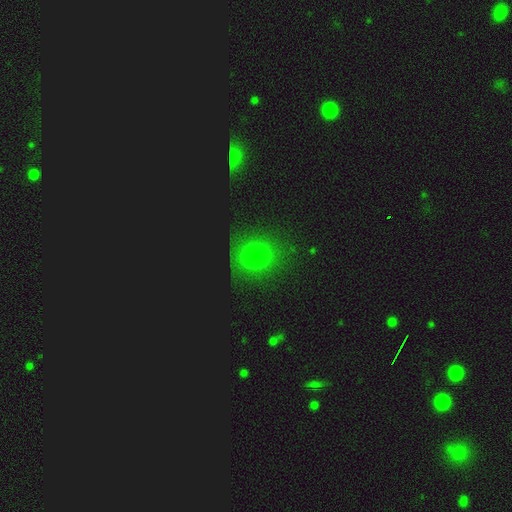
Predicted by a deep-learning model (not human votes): A smooth galaxy with no disk features (65%) that is round (79%). Merging: none (76%).